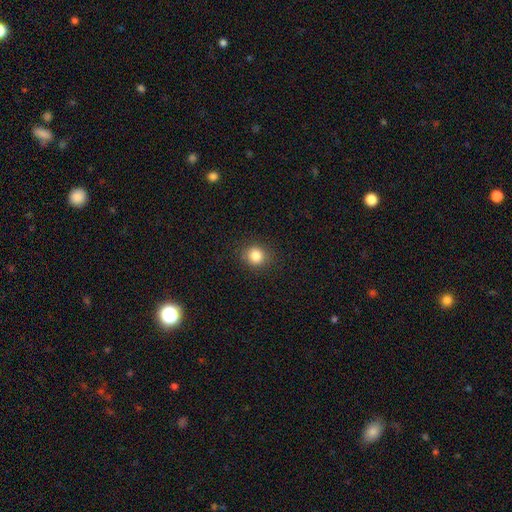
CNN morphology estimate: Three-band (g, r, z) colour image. It shows a smooth galaxy with no disk features (84%) that is round (85%). Merging: none (89%).